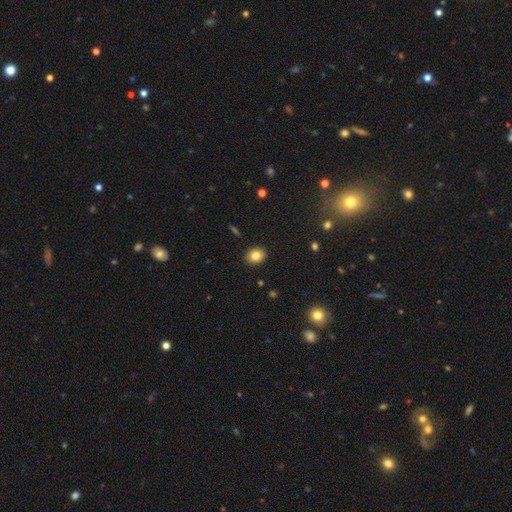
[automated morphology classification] Q: Smooth or featured?
A: smooth (82%); runner-up: star or artifact (10%)
Q: How rounded?
A: in between (53%); runner-up: round (46%)
Q: Merging?
A: none (90%); runner-up: minor disturbance (7%)